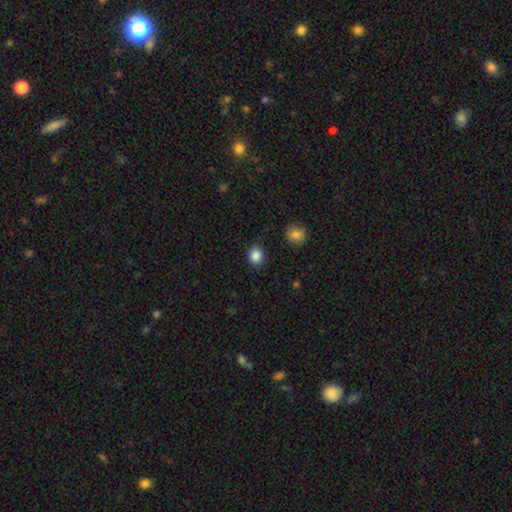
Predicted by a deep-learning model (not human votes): smooth-or-featured: smooth: 87% | star or artifact: 10% | featured or disk: 3%
  how-rounded: round: 67% | in between: 32% | cigar-shaped: 1%
  merging: none: 86% | minor disturbance: 9% | major disturbance: 3% | merger: 2%